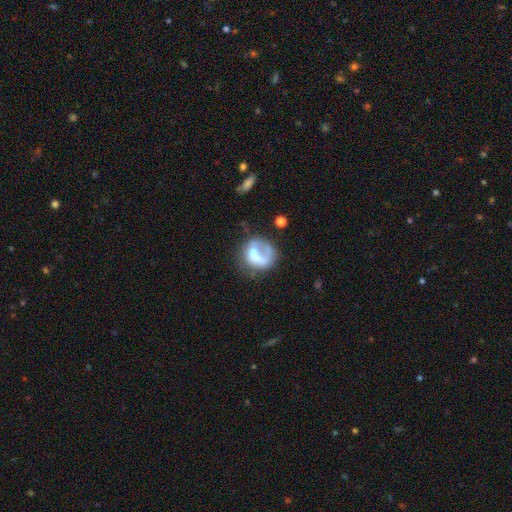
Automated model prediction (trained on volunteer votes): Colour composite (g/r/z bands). It shows a smooth galaxy with no disk features (49%). Merging: none (39%).